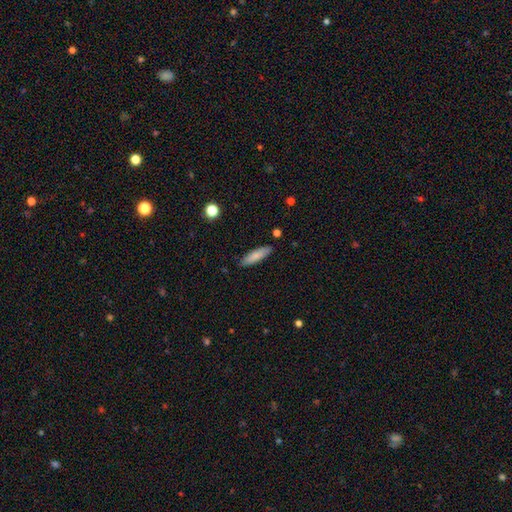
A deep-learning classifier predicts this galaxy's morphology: Smooth or featured? smooth (80%)
How rounded? cigar-shaped (65%)
Merging? none (87%)